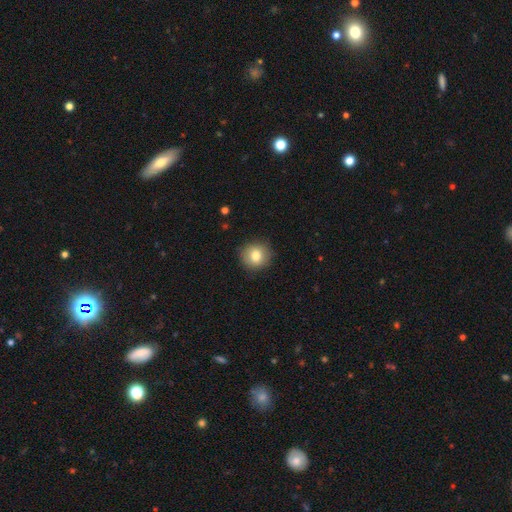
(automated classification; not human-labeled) This appears to be a smooth galaxy with no disk features (80%) that is round (91%). Merging: none (89%).